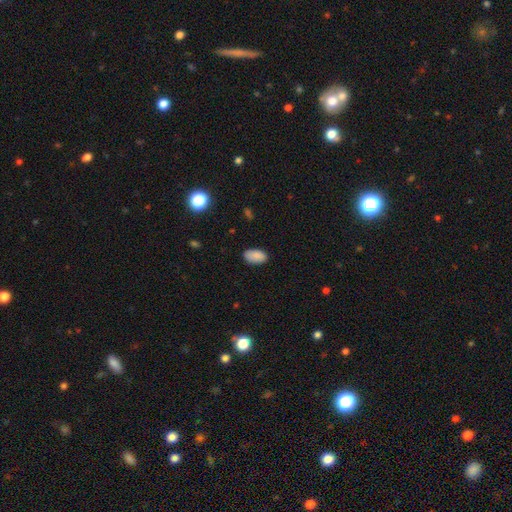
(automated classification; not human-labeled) The model was most divided on "merging": none: 85%, minor disturbance: 12%, major disturbance: 2%, merger: 1%. More confident: how rounded — in between (94%); smooth or featured — smooth (88%).